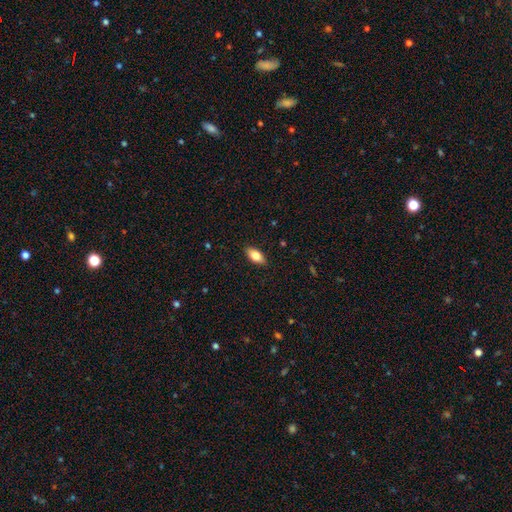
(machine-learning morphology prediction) smooth-or-featured: smooth: 79% | featured or disk: 14% | star or artifact: 7%
  how-rounded: in between: 88% | cigar-shaped: 9% | round: 3%
  merging: none: 89% | minor disturbance: 8% | major disturbance: 2% | merger: 1%